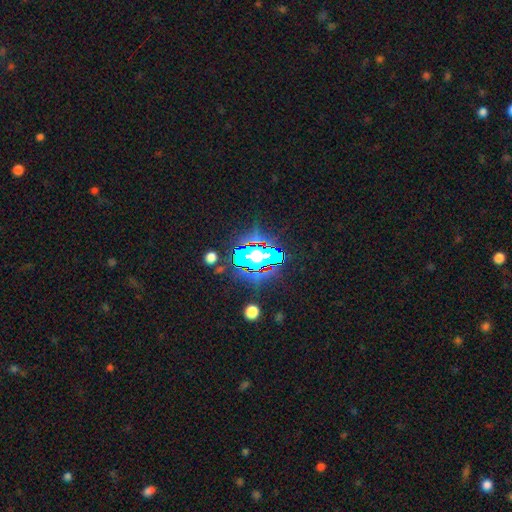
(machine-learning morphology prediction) smooth-or-featured: star or artifact: 80% | smooth: 12% | featured or disk: 8%